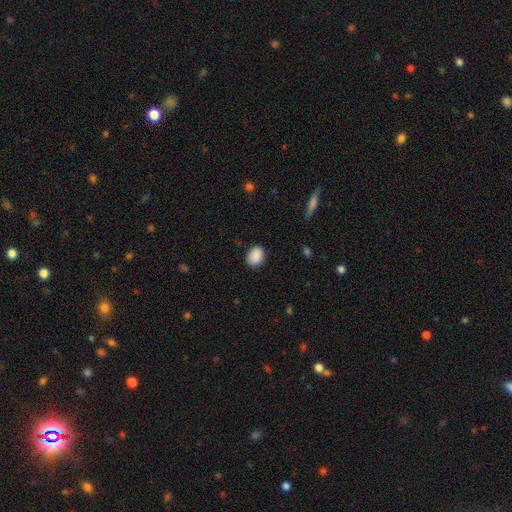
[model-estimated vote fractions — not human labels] This appears to be a smooth galaxy with no disk features (89%) that is in between round and cigar-shaped (62%). Merging: none (85%).